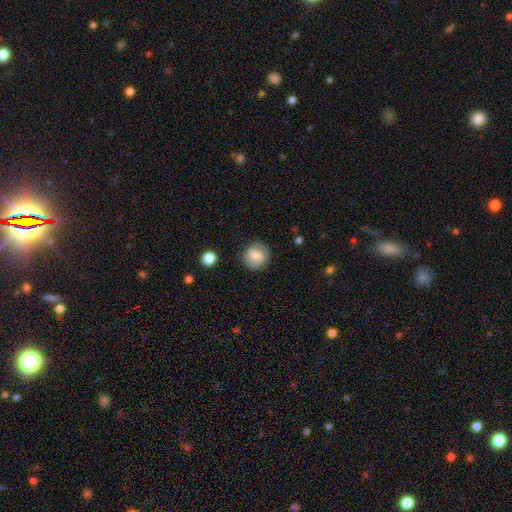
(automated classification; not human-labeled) Smooth or featured?
  - smooth: 52% *
  - featured or disk: 40%
  - star or artifact: 8%
How rounded?
  - round: 86% *
  - in between: 13%
  - cigar-shaped: 1%
Merging?
  - none: 84% *
  - minor disturbance: 11%
  - major disturbance: 4%
  - merger: 2%